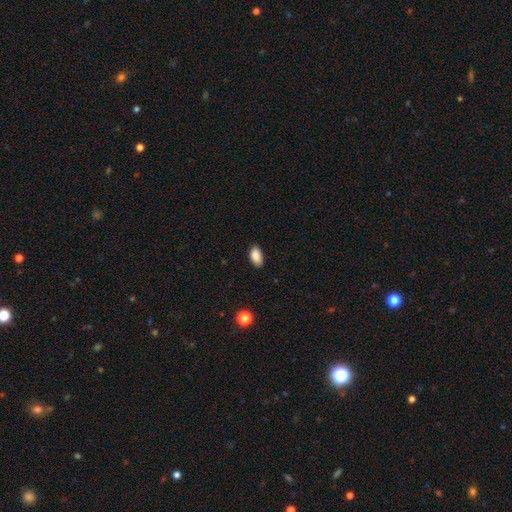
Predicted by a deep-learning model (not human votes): Overall: smooth (88%). How rounded: in between (93%). Merging: none (83%).